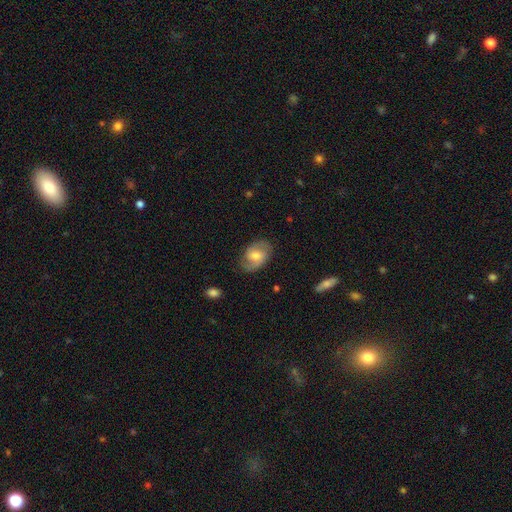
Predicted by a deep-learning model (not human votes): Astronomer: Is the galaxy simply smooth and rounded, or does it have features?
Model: featured or disk — 63%.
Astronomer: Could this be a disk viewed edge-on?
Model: no — 96%.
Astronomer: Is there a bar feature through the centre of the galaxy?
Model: weak — 46% (runner-up: no, 42%).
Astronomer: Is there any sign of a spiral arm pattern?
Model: yes — 86%.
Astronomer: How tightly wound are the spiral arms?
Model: medium — 49% (runner-up: tight, 27%).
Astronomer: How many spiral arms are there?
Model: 2 — 85%.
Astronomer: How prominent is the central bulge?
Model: moderate — 63%.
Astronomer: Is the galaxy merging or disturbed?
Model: none — 80%.